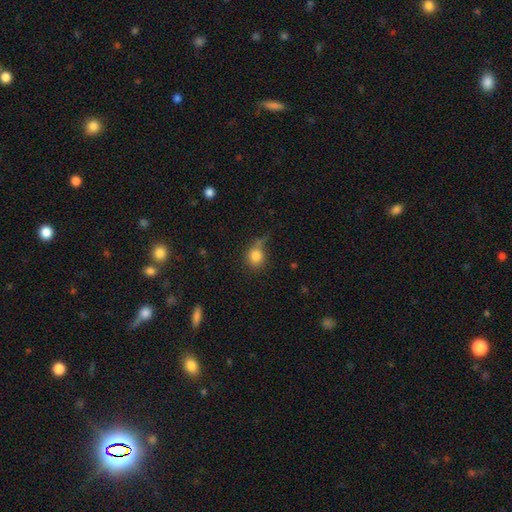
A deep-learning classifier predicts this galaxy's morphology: Smooth or featured: smooth — 82% (star or artifact — 11%)
How rounded: round — 80% (in between — 19%)
Merging: none — 55% (minor disturbance — 24%)